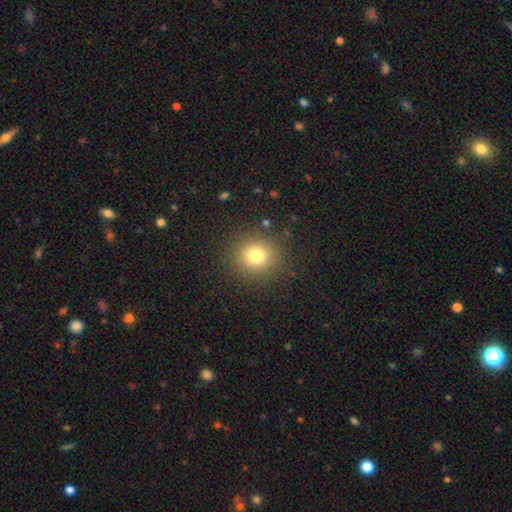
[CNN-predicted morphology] smooth 76%, star or artifact 15%, featured or disk 9%. Down the decision tree: how rounded — round (91%); merging — none (88%).